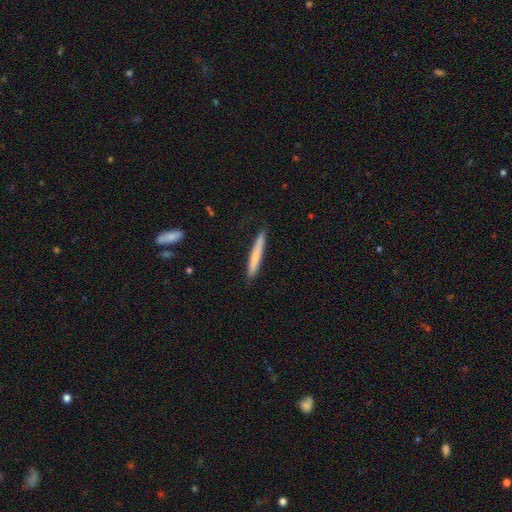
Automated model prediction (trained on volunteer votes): Q: Smooth or featured?
A: smooth (71%); runner-up: featured or disk (23%)
Q: How rounded?
A: cigar-shaped (96%); runner-up: in between (3%)
Q: Merging?
A: none (86%); runner-up: minor disturbance (11%)